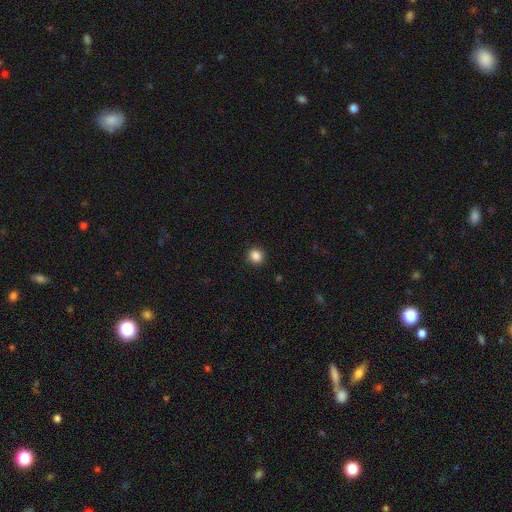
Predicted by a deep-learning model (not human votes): The model was most divided on "smooth or featured": smooth: 87%, star or artifact: 10%, featured or disk: 3%. More confident: merging — none (92%); how rounded — round (88%).